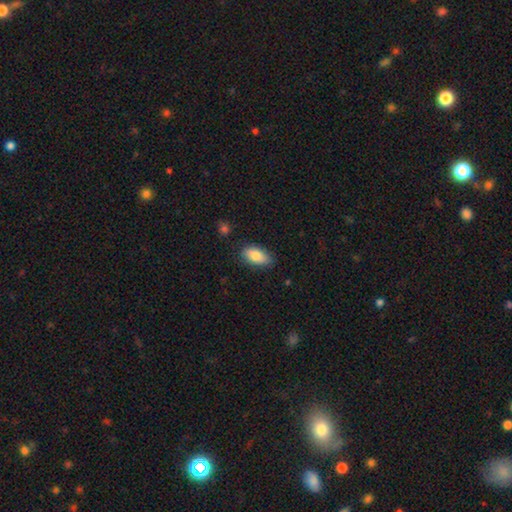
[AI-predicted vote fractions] A smooth galaxy with no disk features (82%) that is in between round and cigar-shaped (91%).

Vote fractions:
- Smooth or featured? smooth: 82% / featured or disk: 11% / star or artifact: 7%
- How rounded? in between: 91% / cigar-shaped: 5% / round: 4%
- Merging? none: 78% / minor disturbance: 17% / major disturbance: 3% / merger: 2%